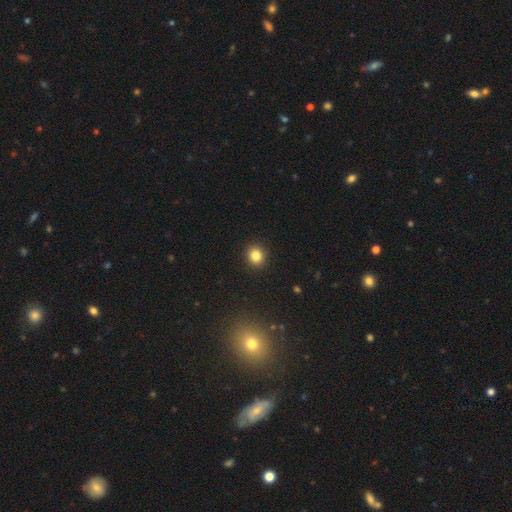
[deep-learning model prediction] smooth-or-featured: smooth: 83% | star or artifact: 11% | featured or disk: 5%
  how-rounded: round: 83% | in between: 16% | cigar-shaped: 1%
  merging: none: 92% | minor disturbance: 5% | major disturbance: 2% | merger: 1%